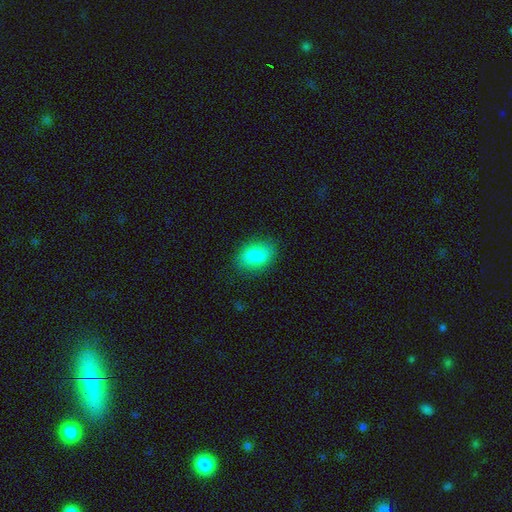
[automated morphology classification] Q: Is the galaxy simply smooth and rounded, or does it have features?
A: smooth — 86%.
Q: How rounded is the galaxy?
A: in between — 81%.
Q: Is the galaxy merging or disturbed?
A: none — 84%.